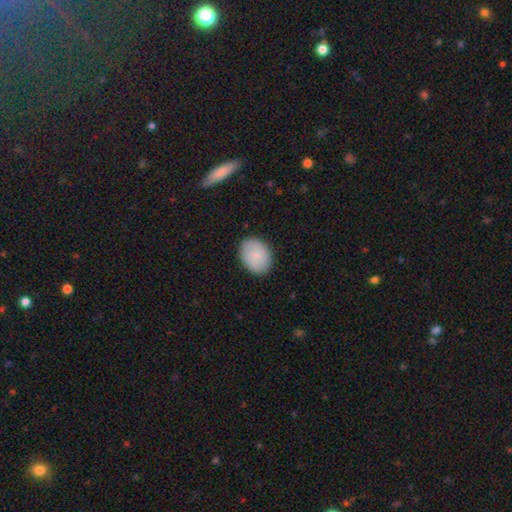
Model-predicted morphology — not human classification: Overall: smooth (80%). How rounded: in between (61%; round 38%). Merging: none (86%).